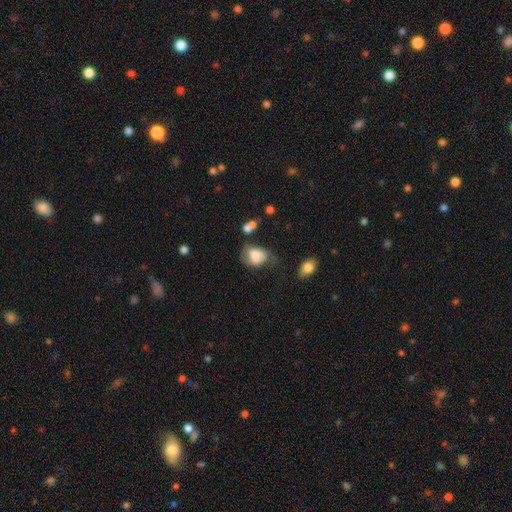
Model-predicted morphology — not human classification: Q: Smooth or featured?
A: smooth (66%); runner-up: featured or disk (24%)
Q: How rounded?
A: in between (70%); runner-up: round (28%)
Q: Merging?
A: major disturbance (32%); runner-up: minor disturbance (28%)